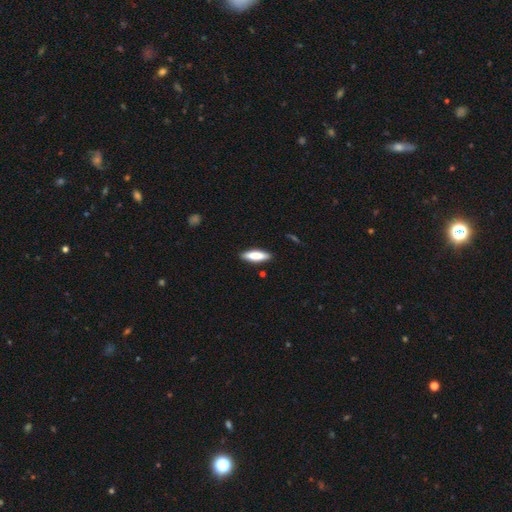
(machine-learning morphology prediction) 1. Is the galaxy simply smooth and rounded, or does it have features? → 78% smooth, 16% featured or disk, 6% star or artifact.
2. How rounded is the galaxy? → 58% cigar-shaped, 40% in between, 2% round.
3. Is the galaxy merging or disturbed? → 88% none, 9% minor disturbance, 2% major disturbance, 1% merger.